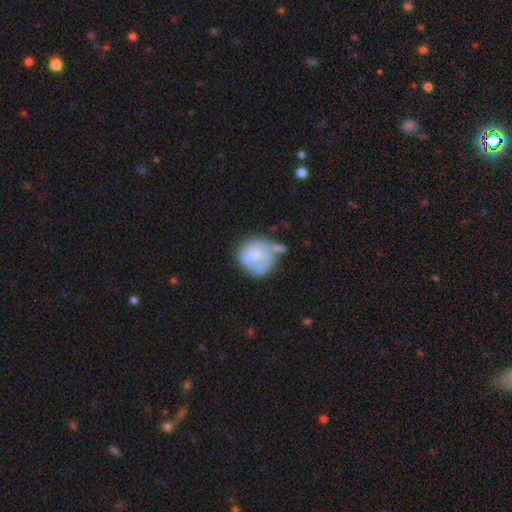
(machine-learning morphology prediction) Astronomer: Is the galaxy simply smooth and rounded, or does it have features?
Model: smooth — 54% (runner-up: featured or disk, 39%).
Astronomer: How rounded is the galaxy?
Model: round — 81%.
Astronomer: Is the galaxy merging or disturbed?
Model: none — 37% (runner-up: minor disturbance, 25%).